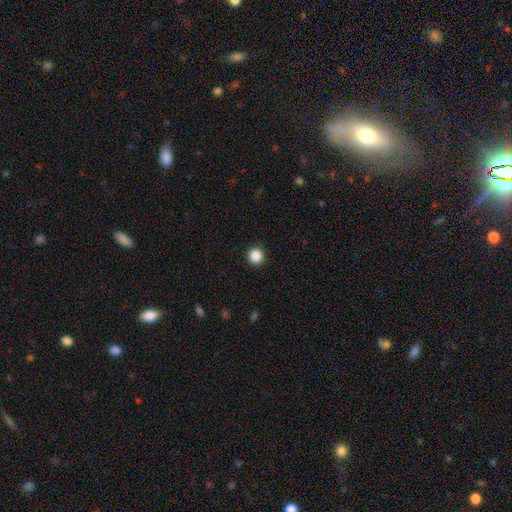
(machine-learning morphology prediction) type=smooth (87%); roundness=round (94%); merging=none (92%).